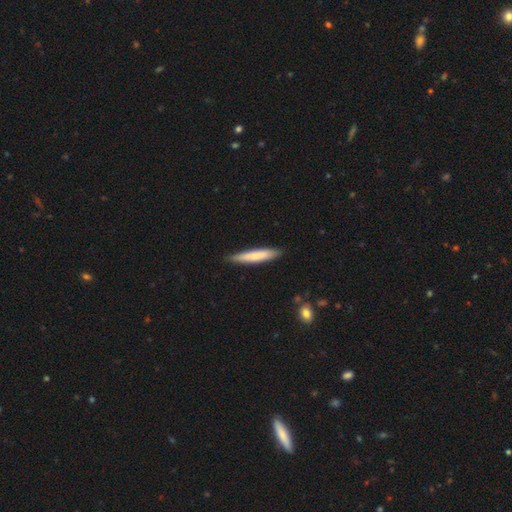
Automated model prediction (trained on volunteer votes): This is likely a smooth galaxy (72%). How rounded: clearly cigar-shaped (91%). Merging: clearly none (86%).